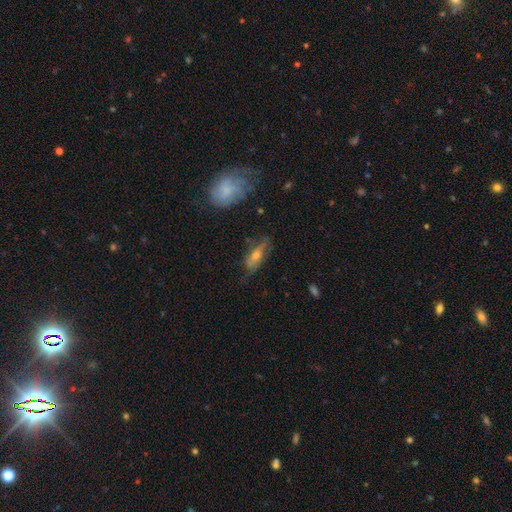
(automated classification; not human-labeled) smooth-or-featured: featured or disk: 52% | smooth: 37% | star or artifact: 10%
  disk-edge-on: yes: 55% | no: 45%
  merging: none: 64% | minor disturbance: 23% | major disturbance: 10% | merger: 3%